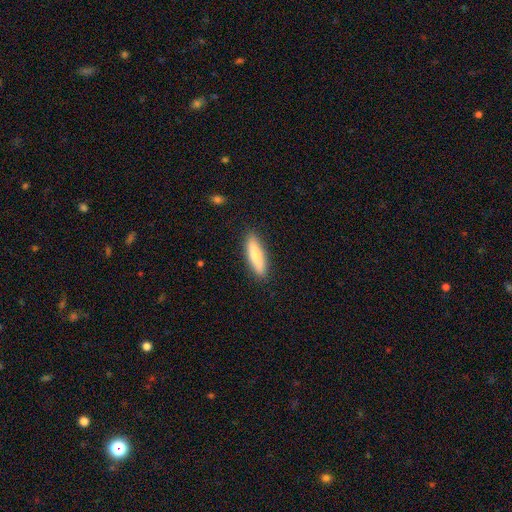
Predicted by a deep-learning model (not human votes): A smooth galaxy with no disk features (66%) that is cigar-shaped (69%).

Vote fractions:
- Smooth or featured? smooth: 66% / featured or disk: 28% / star or artifact: 6%
- How rounded? cigar-shaped: 69% / in between: 29% / round: 2%
- Merging? none: 88% / minor disturbance: 9% / major disturbance: 2% / merger: 1%